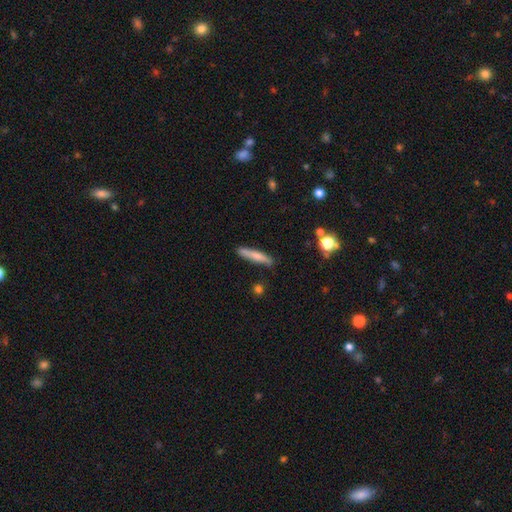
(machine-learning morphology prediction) smooth-or-featured: smooth: 70% | featured or disk: 24% | star or artifact: 6%
  how-rounded: cigar-shaped: 90% | in between: 8% | round: 2%
  merging: none: 79% | minor disturbance: 16% | major disturbance: 3% | merger: 3%